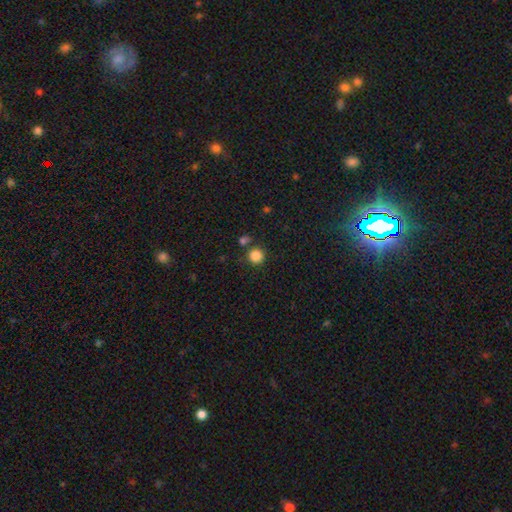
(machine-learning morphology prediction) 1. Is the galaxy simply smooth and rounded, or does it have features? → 85% smooth, 11% star or artifact, 4% featured or disk.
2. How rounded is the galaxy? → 95% round, 4% in between, 1% cigar-shaped.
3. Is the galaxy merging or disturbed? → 81% none, 9% merger, 7% minor disturbance, 3% major disturbance.